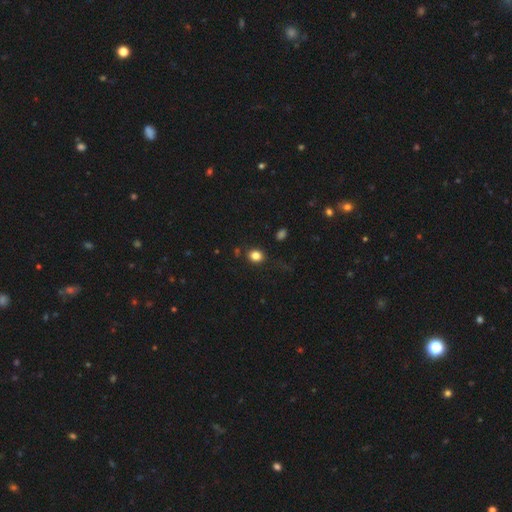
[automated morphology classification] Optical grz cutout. It shows a smooth galaxy with no disk features (83%) that is round (65%). Merging: none (84%).